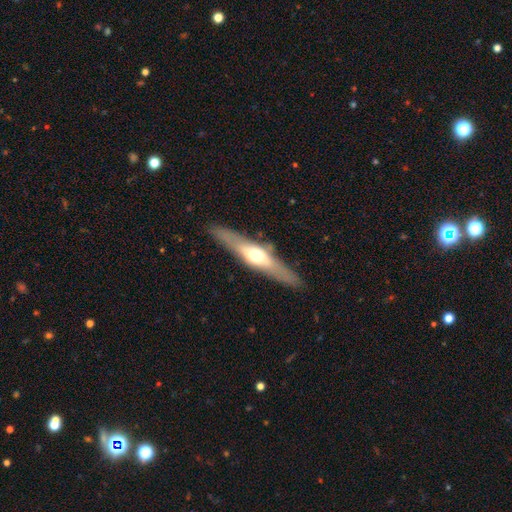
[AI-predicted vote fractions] Smooth or featured? Predicted: featured or disk (p=0.63). Edge-on disk? Predicted: yes (p=0.90). Edge-on bulge? Predicted: rounded (p=0.91). Merging? Predicted: none (p=0.87).